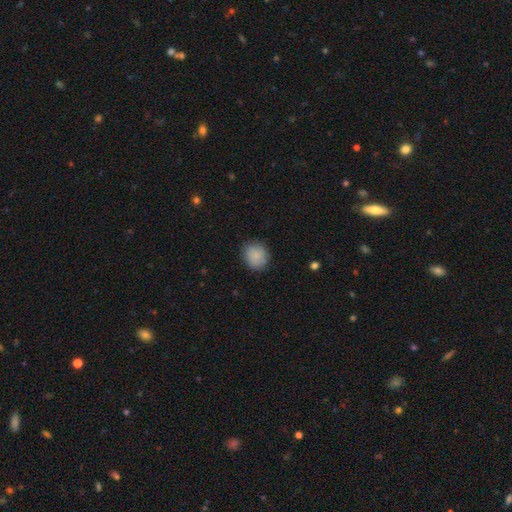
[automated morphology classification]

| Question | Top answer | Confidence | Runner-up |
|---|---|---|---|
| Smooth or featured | smooth | 86% | star or artifact (8%) |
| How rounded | round | 78% | in between (21%) |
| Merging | none | 84% | minor disturbance (12%) |